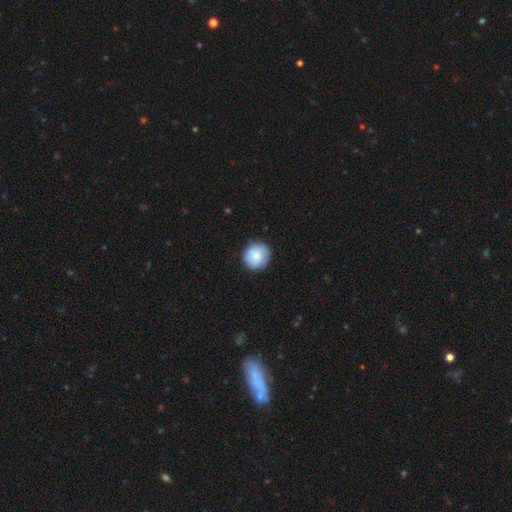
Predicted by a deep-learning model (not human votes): Q: Smooth or featured?
A: smooth (83%); runner-up: featured or disk (10%)
Q: How rounded?
A: round (92%); runner-up: in between (7%)
Q: Merging?
A: none (87%); runner-up: minor disturbance (10%)